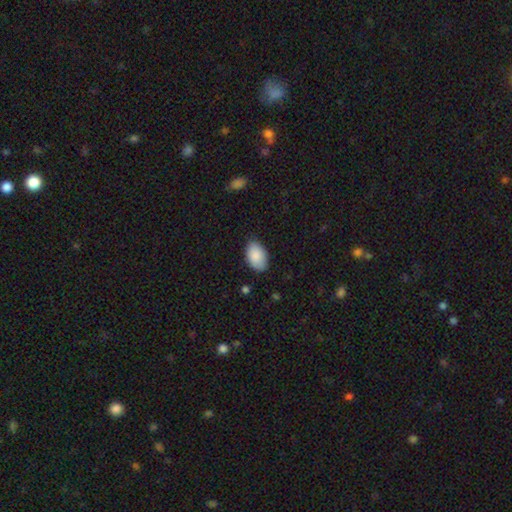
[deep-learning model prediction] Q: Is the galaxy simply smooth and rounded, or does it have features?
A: smooth — 89%.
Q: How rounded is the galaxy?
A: in between — 93%.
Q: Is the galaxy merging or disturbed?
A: none — 83%.